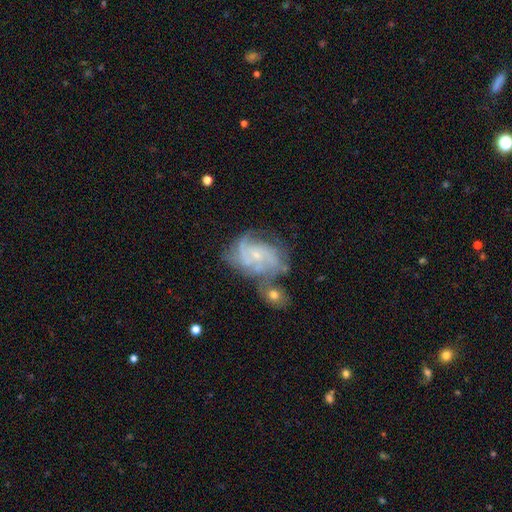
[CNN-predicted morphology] A featured or disk galaxy (81%) with no bar (69%), tight (42%, tied with medium) spiral arms (92%) and a small central bulge (73%).

Vote fractions:
- Smooth or featured? featured or disk: 81% / smooth: 11% / star or artifact: 8%
- Edge-on disk? no: 98% / yes: 2%
- Bar? no: 69% / weak: 26% / strong: 5%
- Spiral arms? yes: 92% / no: 8%
- Spiral winding? tight: 42% (tied) / medium: 42% (tied) / loose: 16%
- Spiral arm count? can't tell: 30% / 3: 25% / 2: 23% / 4: 10% / 1: 6% / more than 4: 5%
- Bulge size? small: 73% / moderate: 19% / none: 5% / large: 1% / dominant: 1%
- Merging? none: 43% / merger: 21% / minor disturbance: 20% / major disturbance: 16%